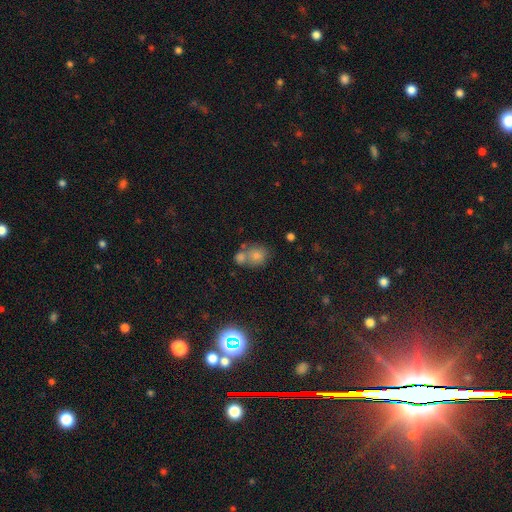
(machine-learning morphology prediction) A smooth galaxy with no disk features (76%) that is round (68%).

Vote fractions:
- Smooth or featured? smooth: 76% / star or artifact: 12% / featured or disk: 12%
- How rounded? round: 68% / in between: 31% / cigar-shaped: 1%
- Merging? merger: 46% / none: 40% / minor disturbance: 10% / major disturbance: 4%